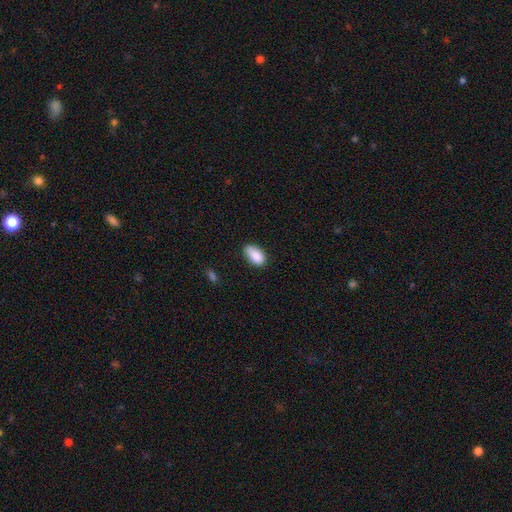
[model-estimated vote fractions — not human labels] This is clearly a smooth galaxy (88%). How rounded: clearly in between (93%). Merging: likely none (74%).